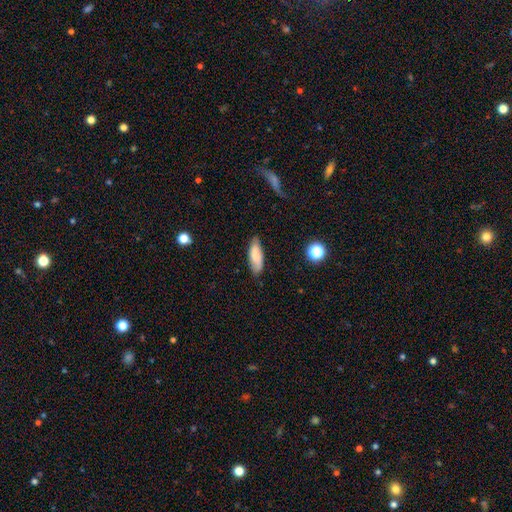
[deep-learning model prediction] The model was most divided on "how rounded": in between: 65%, cigar-shaped: 33%, round: 2%. More confident: merging — none (81%); smooth or featured — smooth (79%).